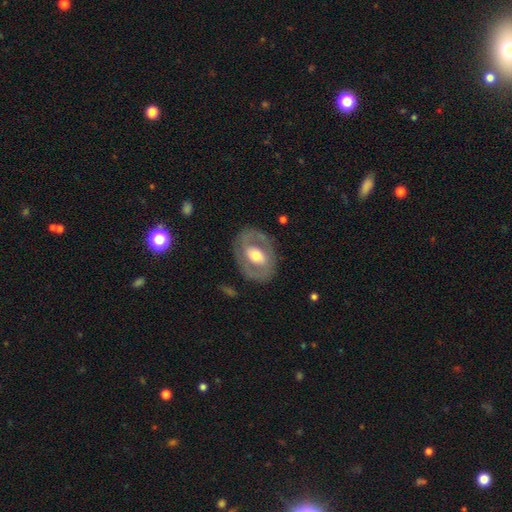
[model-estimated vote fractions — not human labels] A featured or disk galaxy (67%) with no bar (40%), no spiral arms (52%) and a moderate central bulge (65%).

Vote fractions:
- Smooth or featured? featured or disk: 67% / smooth: 29% / star or artifact: 5%
- Edge-on disk? no: 94% / yes: 6%
- Bar? no: 40% / weak: 34% / strong: 26%
- Spiral arms? no: 52% / yes: 48%
- Bulge size? moderate: 65% / large: 20% / small: 12% / dominant: 2% / none: 1%
- Merging? none: 80% / minor disturbance: 13% / major disturbance: 6% / merger: 1%